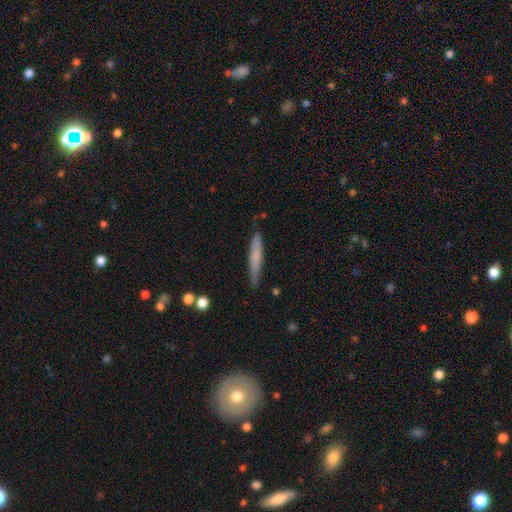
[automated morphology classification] This appears to be a smooth galaxy with no disk features (66%) that is cigar-shaped (93%). Merging: none (84%).